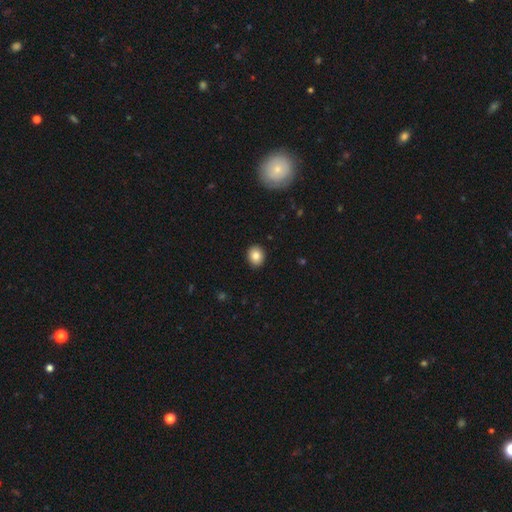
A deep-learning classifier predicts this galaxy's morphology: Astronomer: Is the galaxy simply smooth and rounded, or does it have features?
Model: smooth — 85%.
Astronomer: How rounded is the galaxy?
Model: round — 60% (runner-up: in between, 39%).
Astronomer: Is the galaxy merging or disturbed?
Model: none — 91%.